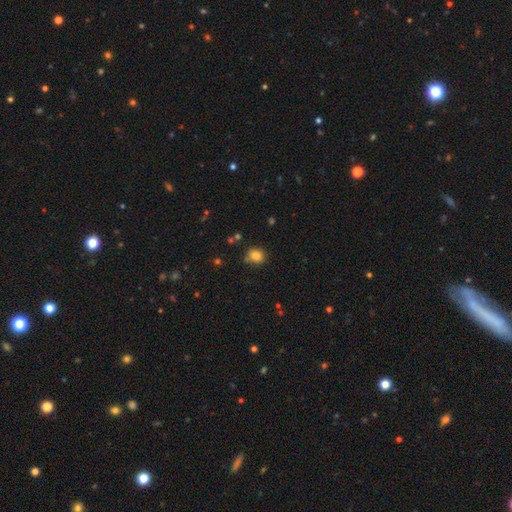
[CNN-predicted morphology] smooth-or-featured: smooth: 82% | star or artifact: 12% | featured or disk: 6%
  how-rounded: round: 75% | in between: 24% | cigar-shaped: 1%
  merging: none: 75% | minor disturbance: 17% | merger: 4% | major disturbance: 4%